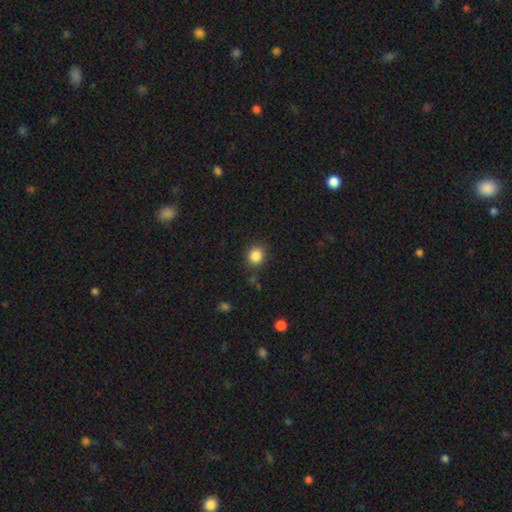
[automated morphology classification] The model was most divided on "how rounded": round: 75%, in between: 24%, cigar-shaped: 1%. More confident: merging — none (86%); smooth or featured — smooth (86%).